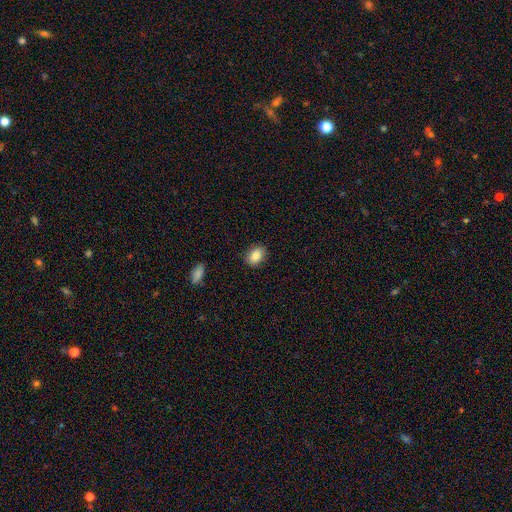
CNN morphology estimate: Smooth or featured: smooth — 85% (star or artifact — 8%)
How rounded: in between — 71% (round — 28%)
Merging: none — 87% (minor disturbance — 10%)